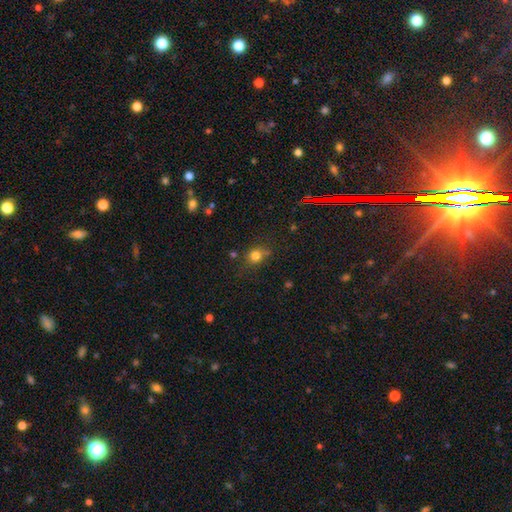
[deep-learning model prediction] Smooth or featured?
  - smooth: 78% *
  - star or artifact: 14%
  - featured or disk: 7%
How rounded?
  - round: 76% *
  - in between: 23%
  - cigar-shaped: 1%
Merging?
  - none: 68% *
  - minor disturbance: 20%
  - merger: 6%
  - major disturbance: 6%